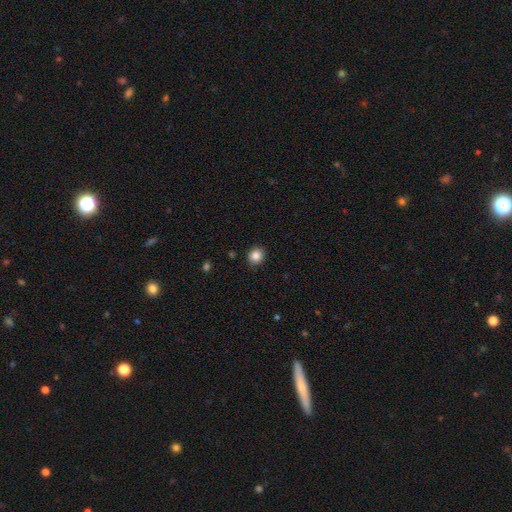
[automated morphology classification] Smooth or featured: smooth — 85% (star or artifact — 10%)
How rounded: round — 86% (in between — 13%)
Merging: none — 89% (minor disturbance — 7%)